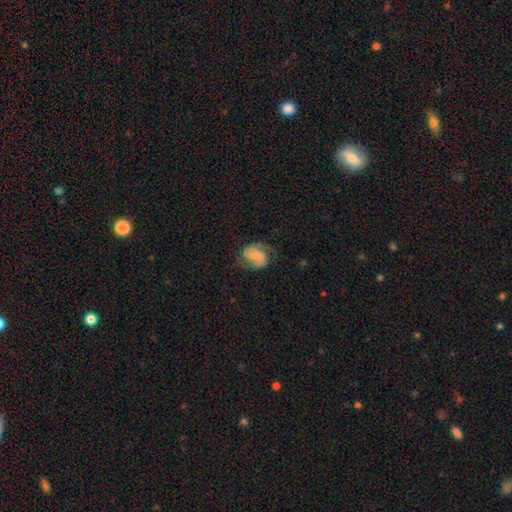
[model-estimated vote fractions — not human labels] Morphology: type=featured or disk (71%); edge-on=no (98%); bar=no (47%); spiral arms=yes (94%); winding=medium (48%); arm count=2 (89%); bulge=none (56%); merging=none (65%).